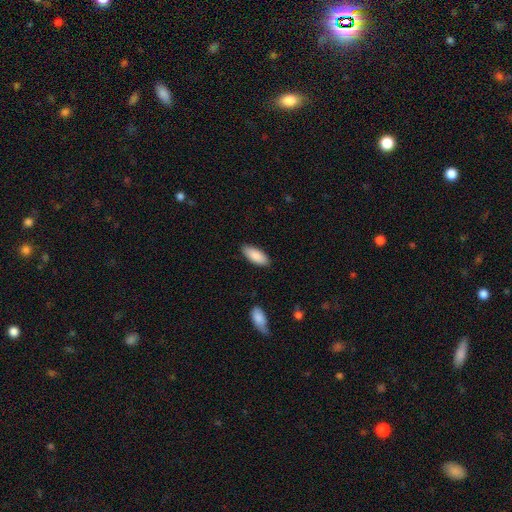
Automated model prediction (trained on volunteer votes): Smooth or featured? smooth (89%)
How rounded? in between (84%)
Merging? none (88%)